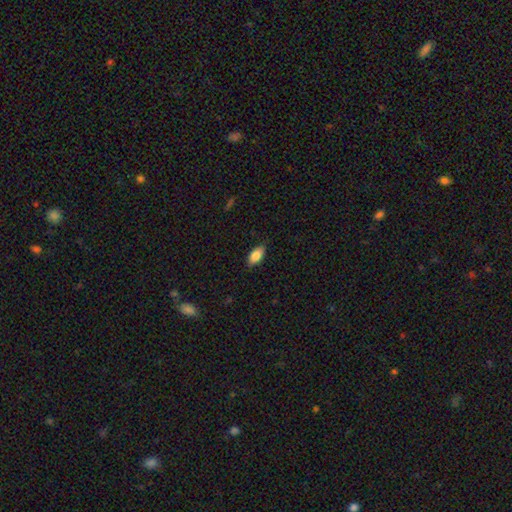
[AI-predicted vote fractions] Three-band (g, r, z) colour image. It shows a smooth galaxy with no disk features (83%) that is in between round and cigar-shaped (90%). Merging: none (85%).